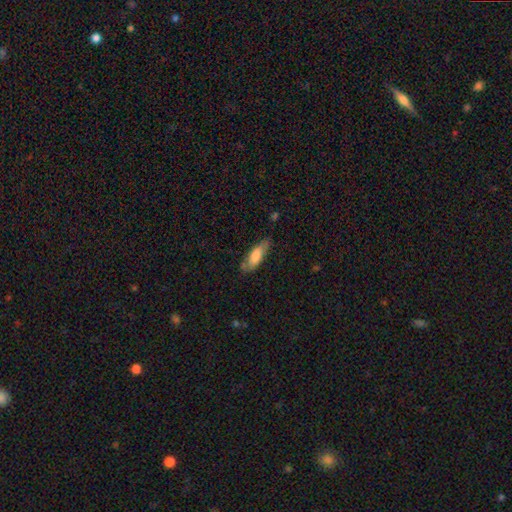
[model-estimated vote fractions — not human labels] Smooth or featured? Predicted: smooth (p=0.73). How rounded? Predicted: in between (p=0.59). Merging? Predicted: none (p=0.64).